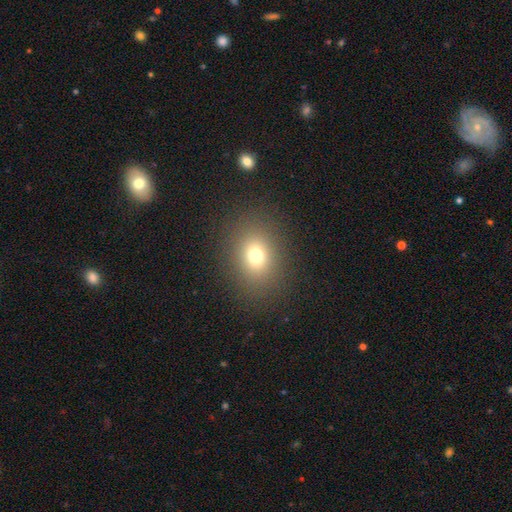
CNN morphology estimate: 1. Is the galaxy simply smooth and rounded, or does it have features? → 72% smooth, 17% star or artifact, 11% featured or disk.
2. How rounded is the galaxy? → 50% round, 49% in between, 1% cigar-shaped.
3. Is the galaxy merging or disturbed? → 87% none, 7% minor disturbance, 5% major disturbance, 1% merger.